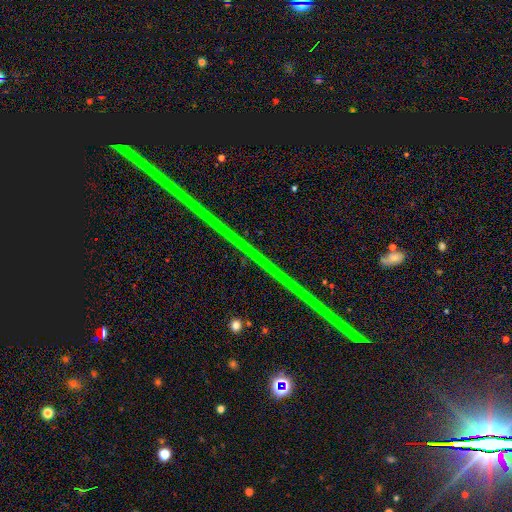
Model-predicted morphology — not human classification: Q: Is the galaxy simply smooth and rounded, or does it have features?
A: star or artifact — 89%.